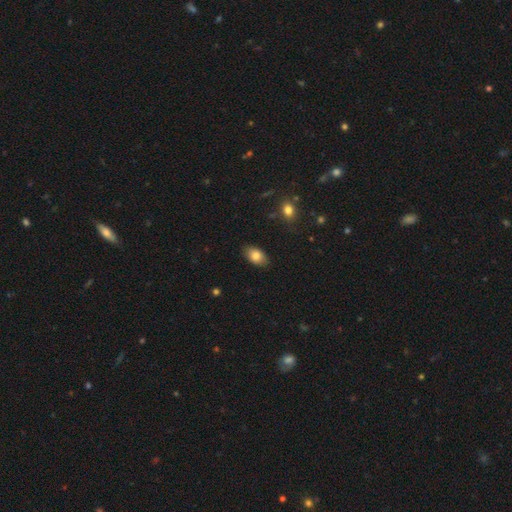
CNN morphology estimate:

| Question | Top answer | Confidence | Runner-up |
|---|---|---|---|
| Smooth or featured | smooth | 82% | featured or disk (10%) |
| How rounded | in between | 90% | round (8%) |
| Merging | none | 85% | minor disturbance (11%) |